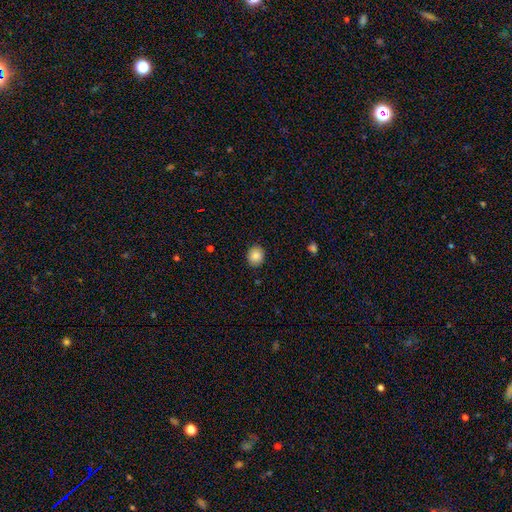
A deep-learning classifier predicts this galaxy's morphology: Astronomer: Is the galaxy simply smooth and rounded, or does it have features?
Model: smooth — 85%.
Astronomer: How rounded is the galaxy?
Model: round — 77%.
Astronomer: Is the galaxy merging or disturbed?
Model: none — 88%.